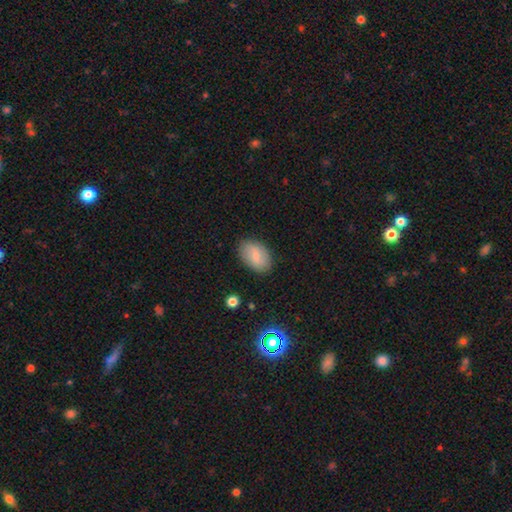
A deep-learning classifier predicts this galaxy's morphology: Smooth or featured: smooth — 72% (featured or disk — 21%)
How rounded: in between — 89% (round — 10%)
Merging: none — 85% (minor disturbance — 11%)